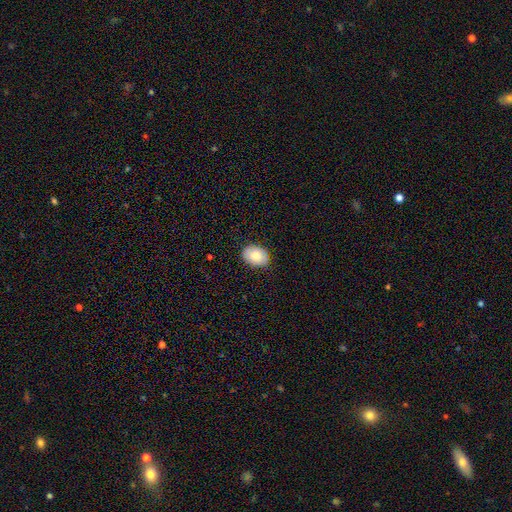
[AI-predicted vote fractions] Q: Smooth or featured?
A: smooth (79%); runner-up: featured or disk (13%)
Q: How rounded?
A: in between (73%); runner-up: round (26%)
Q: Merging?
A: none (86%); runner-up: minor disturbance (11%)